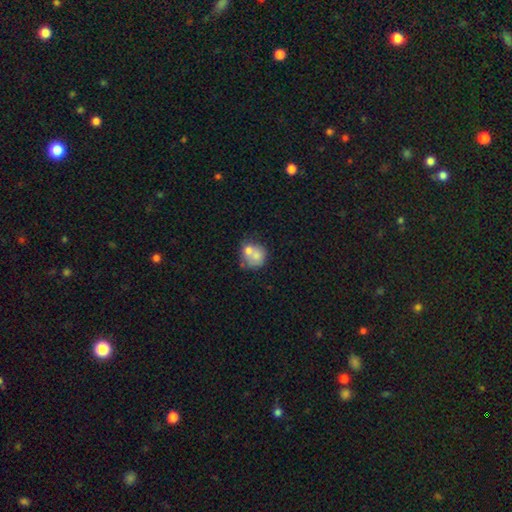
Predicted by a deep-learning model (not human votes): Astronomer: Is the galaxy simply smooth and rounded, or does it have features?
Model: smooth — 65%.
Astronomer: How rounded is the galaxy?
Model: round — 77%.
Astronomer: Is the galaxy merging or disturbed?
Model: merger — 51% (runner-up: none, 32%).